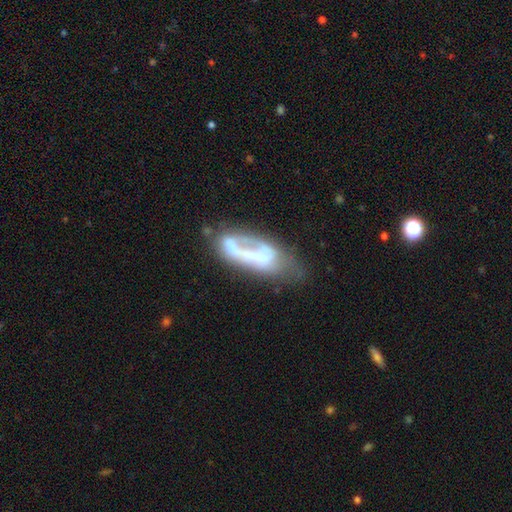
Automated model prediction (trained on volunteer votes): Smooth or featured? Predicted: featured or disk (p=0.58). Edge-on disk? Predicted: no (p=0.87). Bar? Predicted: no (p=0.60). Spiral arms? Predicted: no (p=0.70). Bulge size? Predicted: none (p=0.45). Merging? Predicted: none (p=0.33).